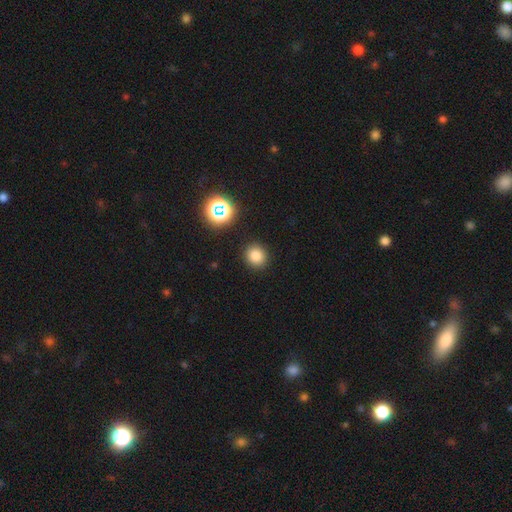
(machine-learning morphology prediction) Smooth or featured? Predicted: smooth (p=0.80). How rounded? Predicted: round (p=0.86). Merging? Predicted: none (p=0.90).